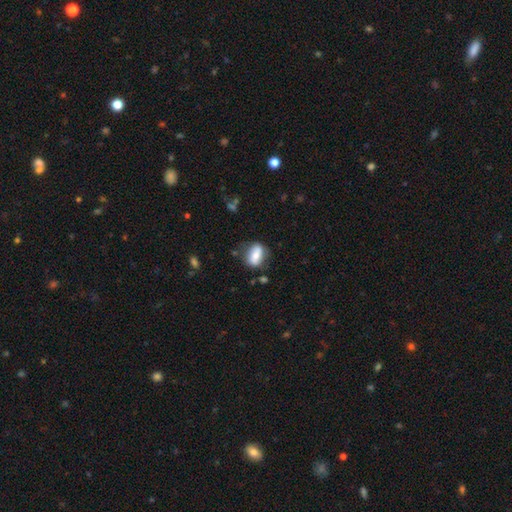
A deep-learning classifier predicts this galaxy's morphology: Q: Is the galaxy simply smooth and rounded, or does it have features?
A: smooth — 64%.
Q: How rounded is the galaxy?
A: in between — 77%.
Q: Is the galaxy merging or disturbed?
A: none — 70%.